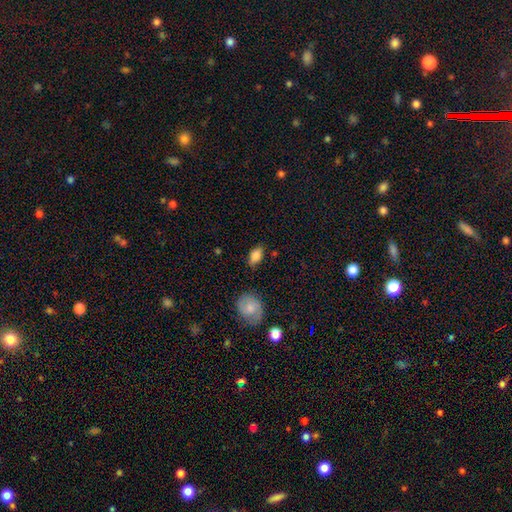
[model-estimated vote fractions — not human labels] Smooth or featured?
  - smooth: 82% *
  - featured or disk: 11%
  - star or artifact: 7%
How rounded?
  - in between: 89% *
  - round: 6%
  - cigar-shaped: 5%
Merging?
  - none: 79% *
  - minor disturbance: 15%
  - major disturbance: 3%
  - merger: 2%